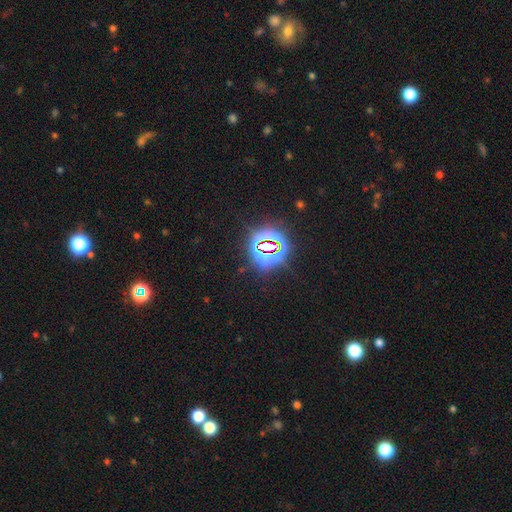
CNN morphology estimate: Smooth or featured? Predicted: star or artifact (p=0.82).